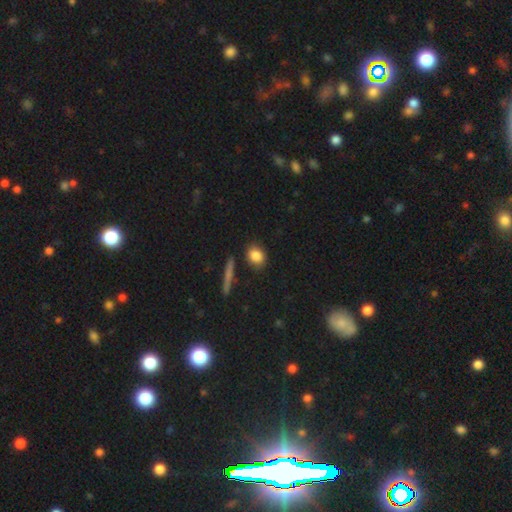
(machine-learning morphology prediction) Smooth or featured: smooth — 84% (star or artifact — 8%)
How rounded: round — 52% (in between — 43%)
Merging: none — 81% (minor disturbance — 13%)